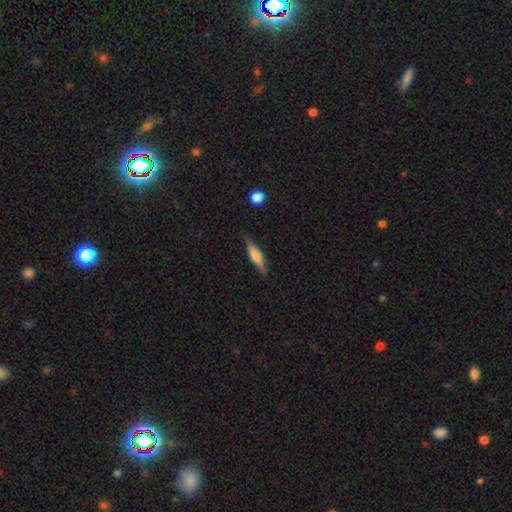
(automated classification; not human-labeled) The model was most divided on "smooth or featured": featured or disk: 59%, smooth: 34%, star or artifact: 7%. More confident: edge-on disk — yes (97%); merging — none (86%); edge-on bulge — rounded (62%).